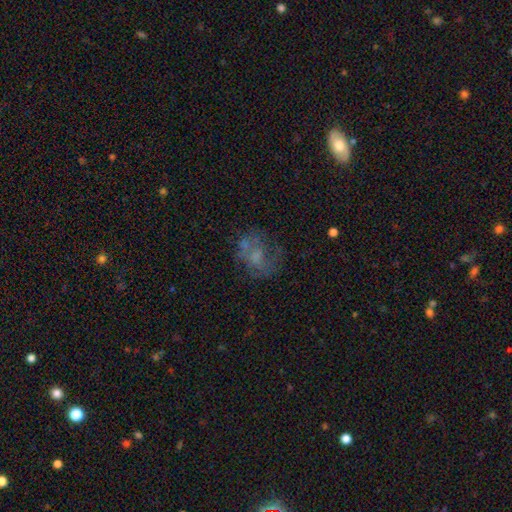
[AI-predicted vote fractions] This appears to be a featured or disk galaxy (49%). Merging: none (50%).